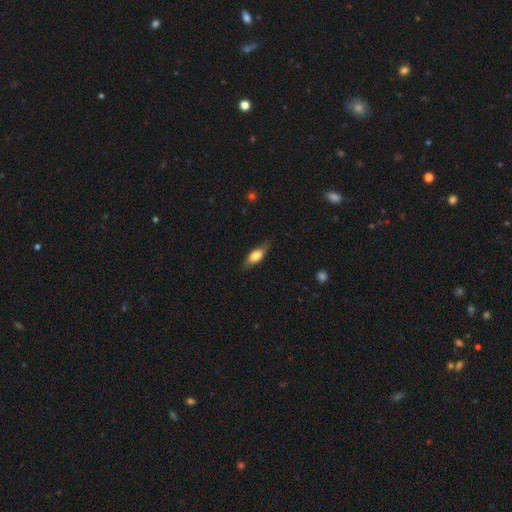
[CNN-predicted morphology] Q: Smooth or featured?
A: smooth (69%); runner-up: featured or disk (24%)
Q: How rounded?
A: in between (72%); runner-up: cigar-shaped (24%)
Q: Merging?
A: none (78%); runner-up: minor disturbance (17%)